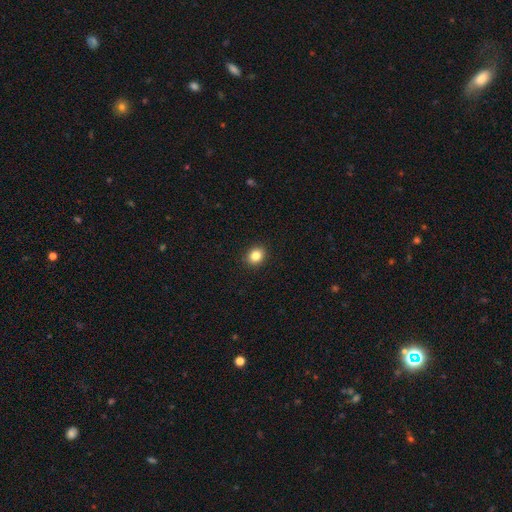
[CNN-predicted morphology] A smooth galaxy with no disk features (84%) that is round (65%).

Vote fractions:
- Smooth or featured? smooth: 84% / star or artifact: 10% / featured or disk: 6%
- How rounded? round: 65% / in between: 35% / cigar-shaped: 1%
- Merging? none: 92% / minor disturbance: 6% / major disturbance: 2% / merger: 1%